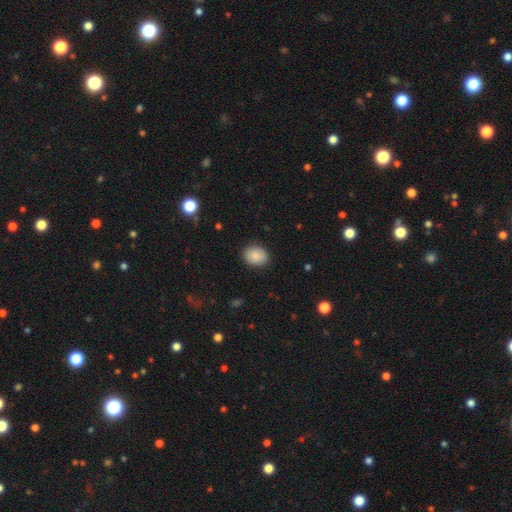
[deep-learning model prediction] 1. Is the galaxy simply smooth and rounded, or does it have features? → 87% smooth, 7% star or artifact, 6% featured or disk.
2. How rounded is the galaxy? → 51% in between, 48% round, 1% cigar-shaped.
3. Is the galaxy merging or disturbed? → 87% none, 10% minor disturbance, 2% major disturbance, 1% merger.